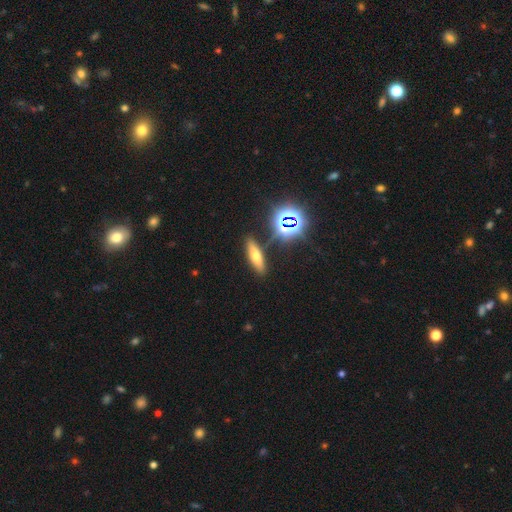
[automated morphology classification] This is possibly a smooth galaxy (53%). How rounded: possibly cigar-shaped (56%). Merging: clearly none (84%).